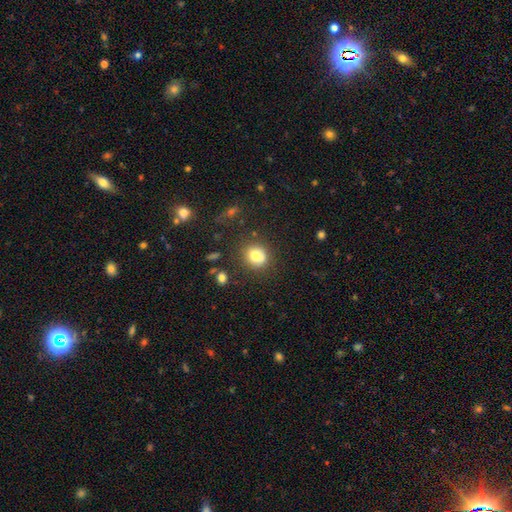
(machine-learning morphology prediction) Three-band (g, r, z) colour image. It shows a smooth galaxy with no disk features (76%) that is round (84%). Merging: none (68%).